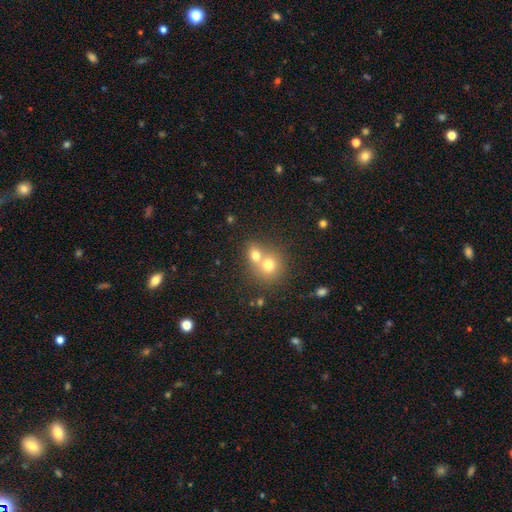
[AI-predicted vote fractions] smooth-or-featured: smooth: 72% | featured or disk: 16% | star or artifact: 12%
  how-rounded: round: 70% | in between: 29% | cigar-shaped: 1%
  merging: merger: 62% | none: 30% | minor disturbance: 5% | major disturbance: 3%